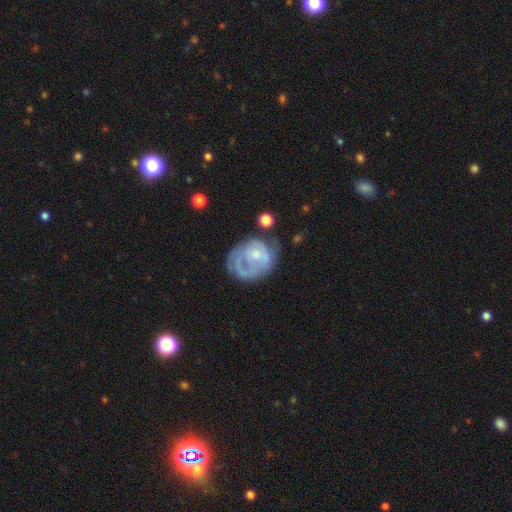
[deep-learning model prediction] The model was most divided on "spiral arms": yes: 53%, no: 47%. Remaining: edge-on disk — no (97%); bar — no (75%); smooth or featured — featured or disk (58%); bulge size — small (44%); merging — none (39%).